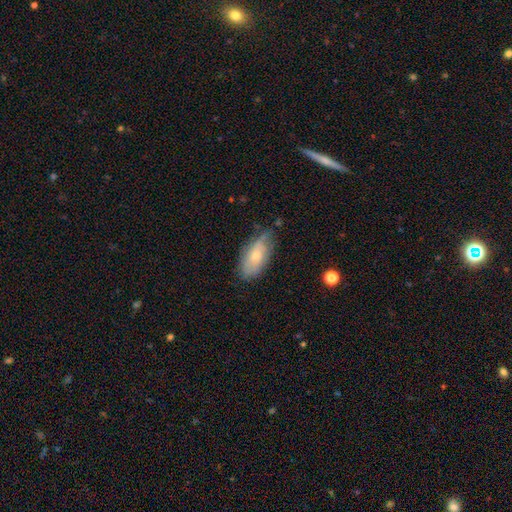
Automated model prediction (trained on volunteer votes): Smooth or featured: smooth — 59% (featured or disk — 34%)
How rounded: in between — 91% (cigar-shaped — 6%)
Merging: none — 59% (minor disturbance — 32%)